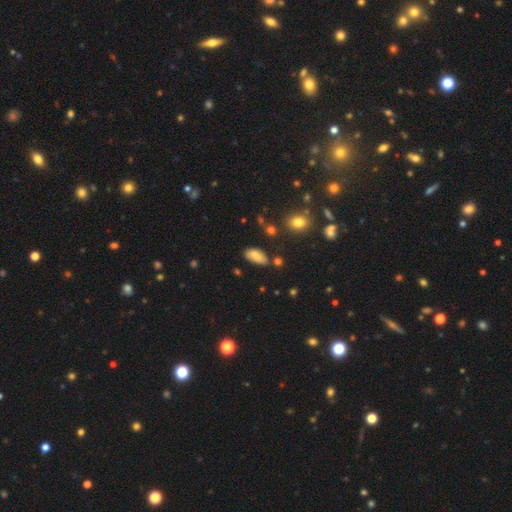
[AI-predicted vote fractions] This appears to be a smooth galaxy with no disk features (72%) that is in between round and cigar-shaped (91%). Merging: none (63%).